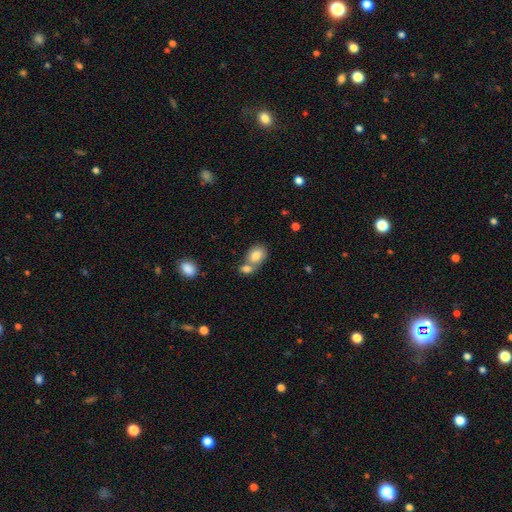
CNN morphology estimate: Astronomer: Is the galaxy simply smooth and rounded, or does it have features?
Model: smooth — 81%.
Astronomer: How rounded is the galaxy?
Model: in between — 75%.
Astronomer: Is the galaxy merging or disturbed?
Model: merger — 53% (runner-up: none, 34%).